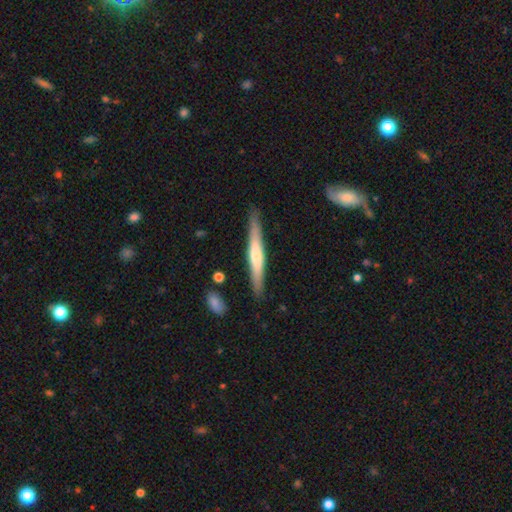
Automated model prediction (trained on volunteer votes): smooth_or_featured: featured or disk (p=0.61) [alt: smooth p=0.33]
disk_edge_on: yes (p=0.96) [alt: no p=0.04]
edge_on_bulge: rounded (p=0.62) [alt: none p=0.25]
merging: none (p=0.87) [alt: minor disturbance p=0.10]